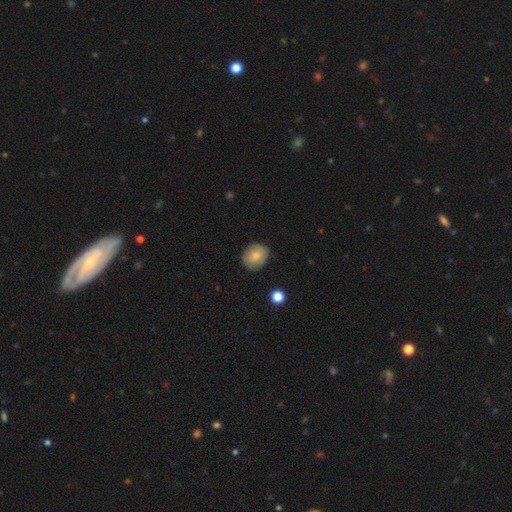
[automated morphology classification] The model was most divided on "how rounded": round: 67%, in between: 32%, cigar-shaped: 1%. More confident: merging — none (83%); smooth or featured — smooth (79%).